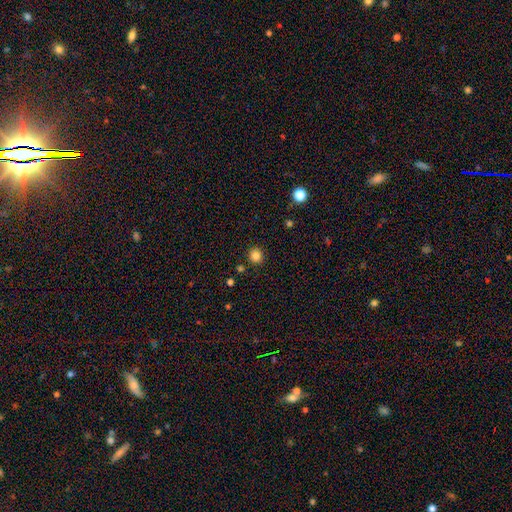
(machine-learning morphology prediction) Smooth or featured?
  - smooth: 83% *
  - star or artifact: 13%
  - featured or disk: 4%
How rounded?
  - round: 92% *
  - in between: 8%
  - cigar-shaped: 1%
Merging?
  - none: 90% *
  - minor disturbance: 6%
  - merger: 2%
  - major disturbance: 2%